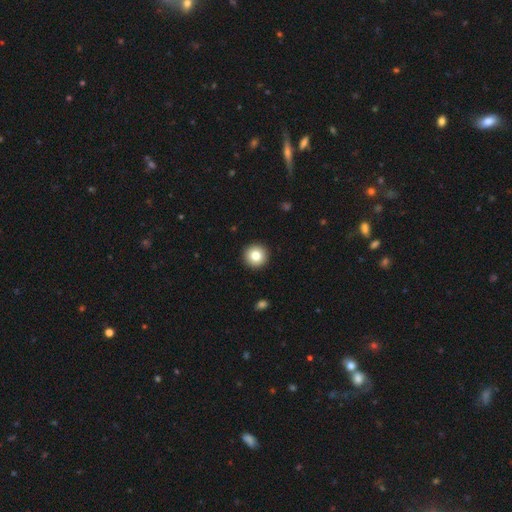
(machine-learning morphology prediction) smooth-or-featured: smooth: 82% | star or artifact: 9% | featured or disk: 8%
  how-rounded: round: 96% | in between: 3% | cigar-shaped: 1%
  merging: none: 93% | minor disturbance: 4% | major disturbance: 1% | merger: 1%